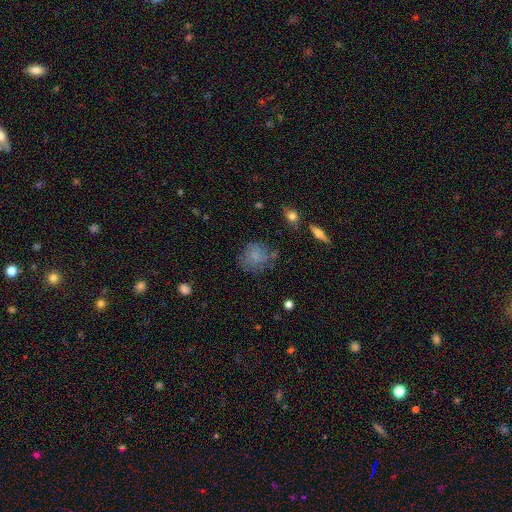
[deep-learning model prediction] Overall: smooth (71%). How rounded: round (75%). Merging: none (59%; minor disturbance 24%).